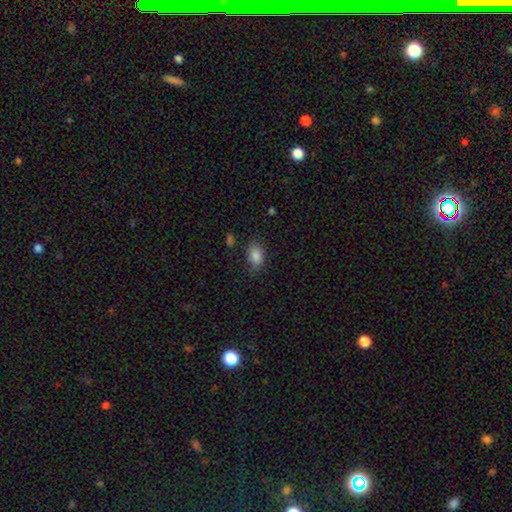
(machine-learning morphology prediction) The model was most divided on "merging": none: 81%, minor disturbance: 14%, major disturbance: 4%, merger: 2%. More confident: how rounded — in between (89%); smooth or featured — smooth (87%).